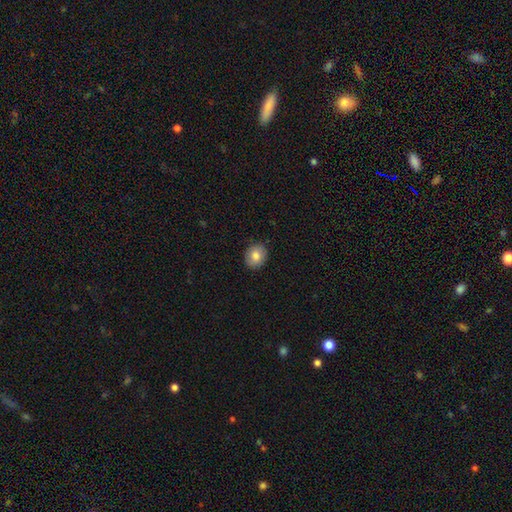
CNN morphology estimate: type=smooth (80%); roundness=round (57%); merging=none (88%).